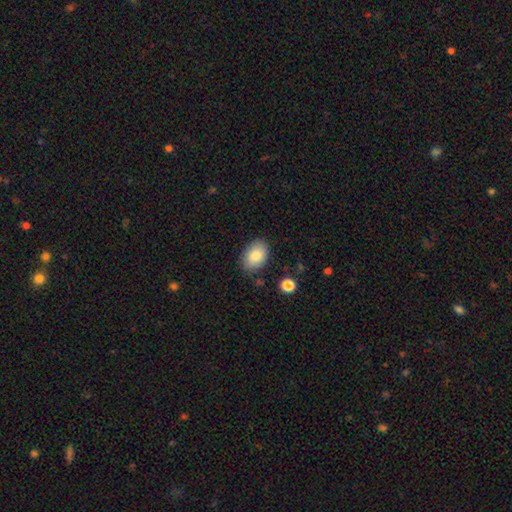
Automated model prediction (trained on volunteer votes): Smooth or featured?
  - smooth: 85% *
  - featured or disk: 8%
  - star or artifact: 7%
How rounded?
  - in between: 85% *
  - round: 14%
  - cigar-shaped: 1%
Merging?
  - none: 80% *
  - minor disturbance: 14%
  - major disturbance: 3%
  - merger: 2%